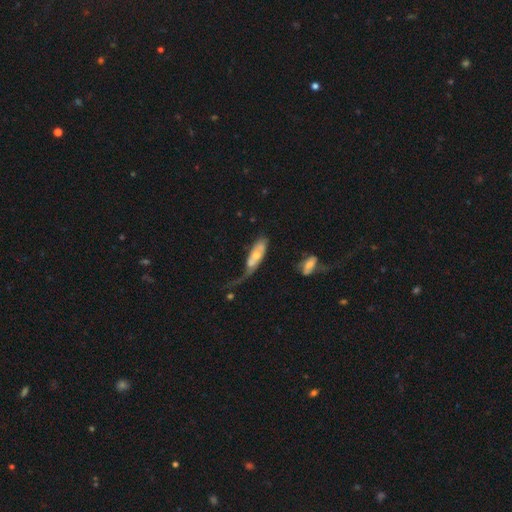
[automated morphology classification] Smooth or featured? Predicted: featured or disk (p=0.50). Merging? Predicted: major disturbance (p=0.47).